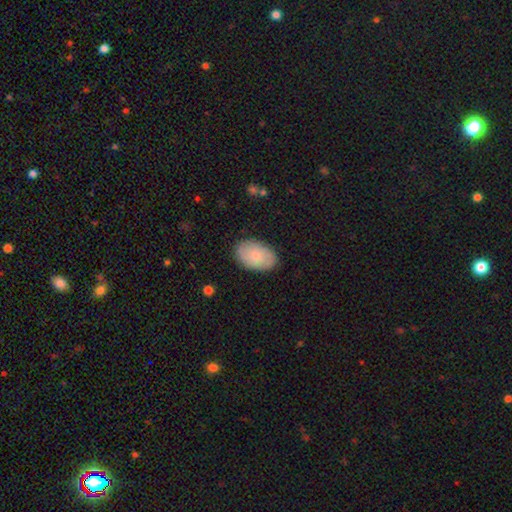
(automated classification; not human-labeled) Smooth or featured: smooth — 73% (featured or disk — 20%)
How rounded: in between — 91% (round — 7%)
Merging: none — 87% (minor disturbance — 10%)